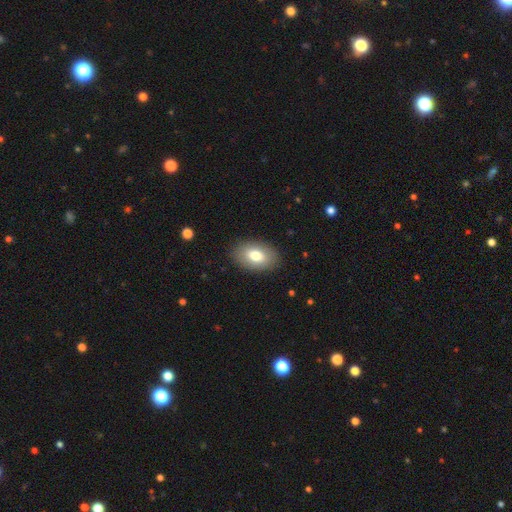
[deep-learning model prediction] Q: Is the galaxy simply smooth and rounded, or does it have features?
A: smooth — 78%.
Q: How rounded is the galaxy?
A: in between — 90%.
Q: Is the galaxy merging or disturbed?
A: none — 88%.